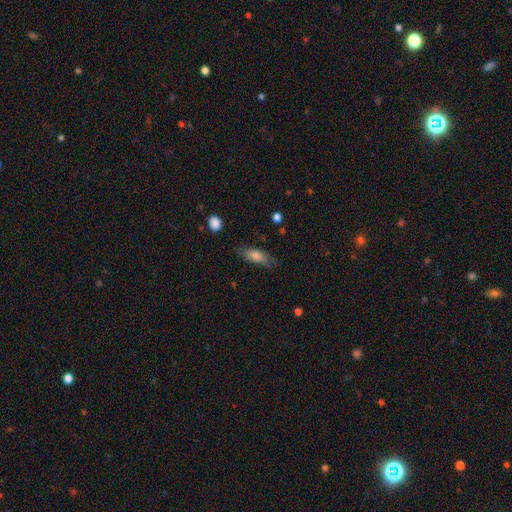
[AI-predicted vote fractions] Q: Smooth or featured?
A: smooth (70%); runner-up: featured or disk (22%)
Q: How rounded?
A: in between (61%); runner-up: cigar-shaped (36%)
Q: Merging?
A: none (75%); runner-up: minor disturbance (19%)